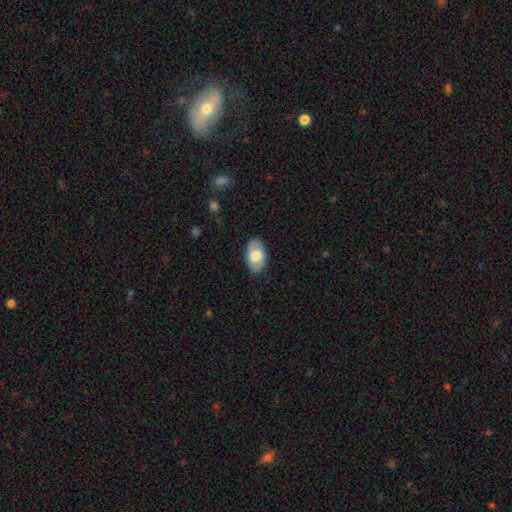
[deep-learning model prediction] Smooth or featured? smooth (64%)
How rounded? in between (93%)
Merging? none (85%)